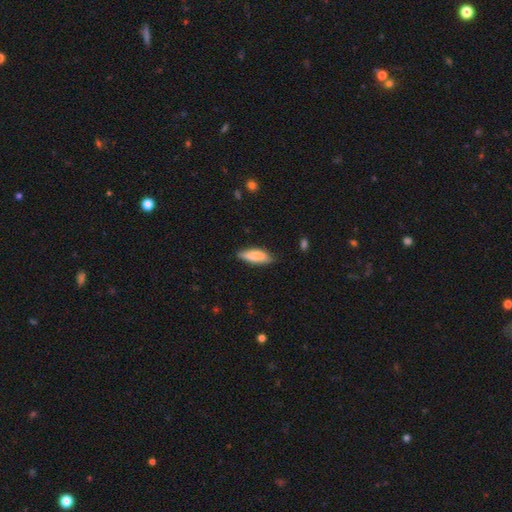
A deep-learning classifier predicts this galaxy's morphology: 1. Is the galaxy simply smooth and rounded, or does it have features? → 81% smooth, 13% featured or disk, 6% star or artifact.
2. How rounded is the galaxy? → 63% in between, 35% cigar-shaped, 2% round.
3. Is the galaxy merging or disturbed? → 74% none, 22% minor disturbance, 3% major disturbance, 1% merger.